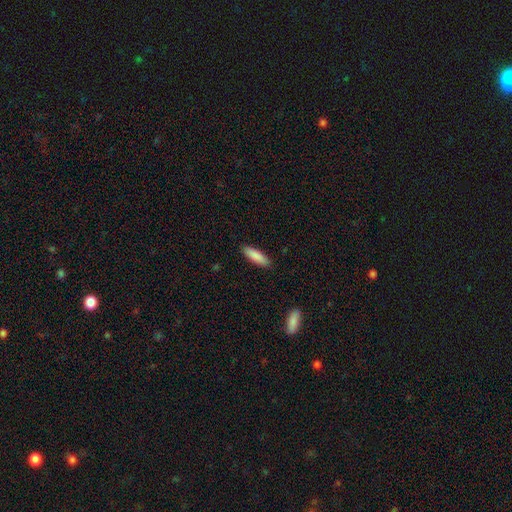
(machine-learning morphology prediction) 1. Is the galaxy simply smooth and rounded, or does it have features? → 88% smooth, 6% featured or disk, 6% star or artifact.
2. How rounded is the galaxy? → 49% cigar-shaped (tied), 49% in between (tied), 1% round.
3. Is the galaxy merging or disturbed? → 89% none, 8% minor disturbance, 2% major disturbance, 1% merger.